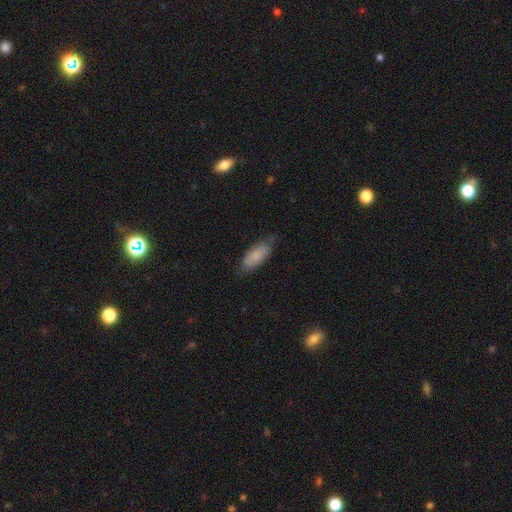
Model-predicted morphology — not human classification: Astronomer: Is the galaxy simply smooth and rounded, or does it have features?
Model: smooth — 80%.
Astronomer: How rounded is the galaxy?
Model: in between — 78%.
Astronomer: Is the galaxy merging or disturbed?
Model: none — 68%.